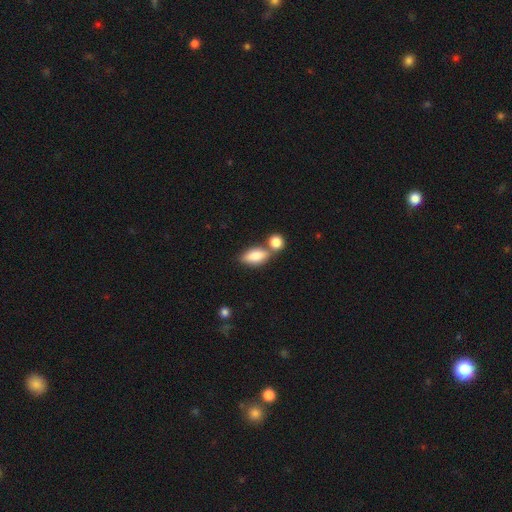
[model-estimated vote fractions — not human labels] Q: Smooth or featured?
A: smooth (82%); runner-up: featured or disk (11%)
Q: How rounded?
A: in between (85%); runner-up: cigar-shaped (9%)
Q: Merging?
A: none (45%); runner-up: merger (38%)